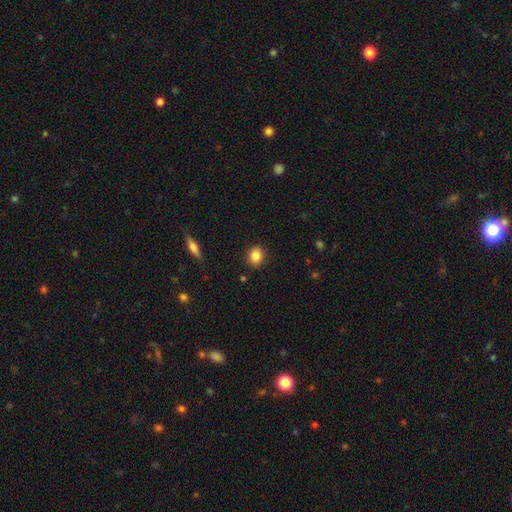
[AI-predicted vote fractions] Overall: smooth (85%). How rounded: round (60%; in between 39%). Merging: none (89%).